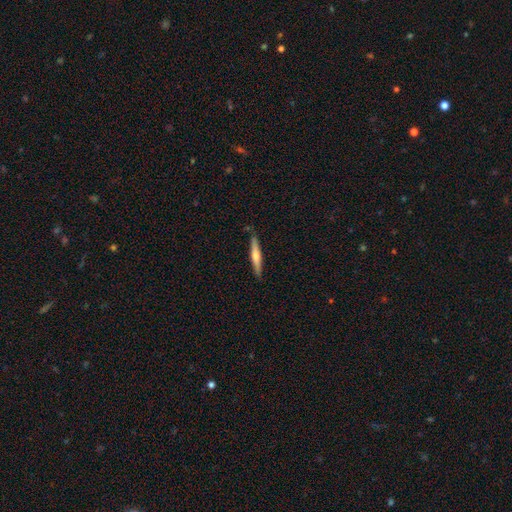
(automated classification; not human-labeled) smooth-or-featured: featured or disk: 50% | smooth: 45% | star or artifact: 5%
  merging: none: 86% | minor disturbance: 10% | merger: 2% | major disturbance: 2%